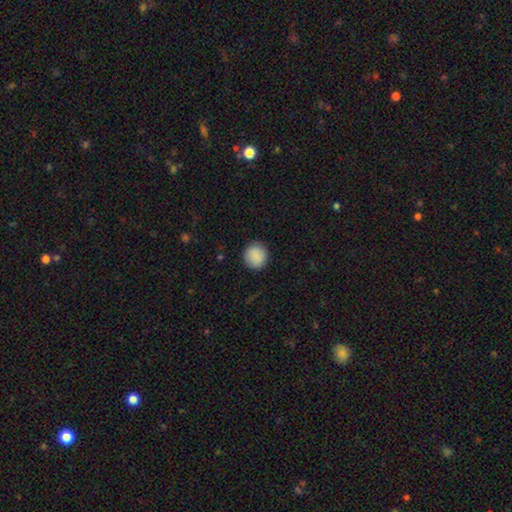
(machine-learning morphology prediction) This appears to be a smooth galaxy with no disk features (89%) that is round (91%). Merging: none (89%).